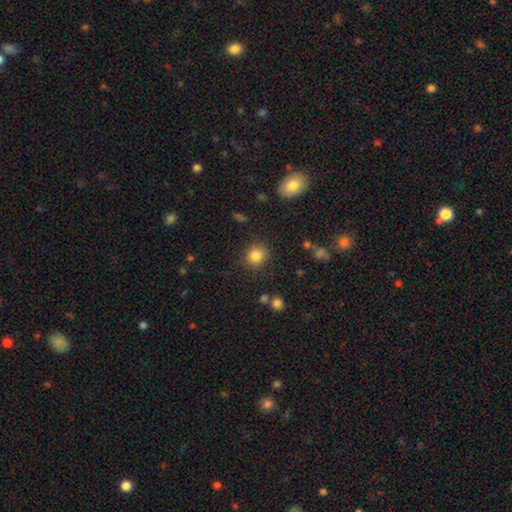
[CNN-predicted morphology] Smooth or featured: smooth — 84% (star or artifact — 11%)
How rounded: round — 86% (in between — 13%)
Merging: none — 85% (minor disturbance — 9%)